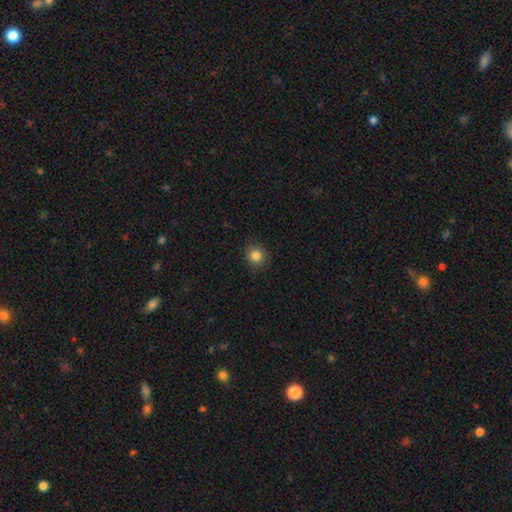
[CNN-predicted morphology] A smooth galaxy with no disk features (84%) that is round (90%).

Vote fractions:
- Smooth or featured? smooth: 84% / star or artifact: 11% / featured or disk: 5%
- How rounded? round: 90% / in between: 10% / cigar-shaped: 1%
- Merging? none: 89% / minor disturbance: 8% / major disturbance: 2% / merger: 1%